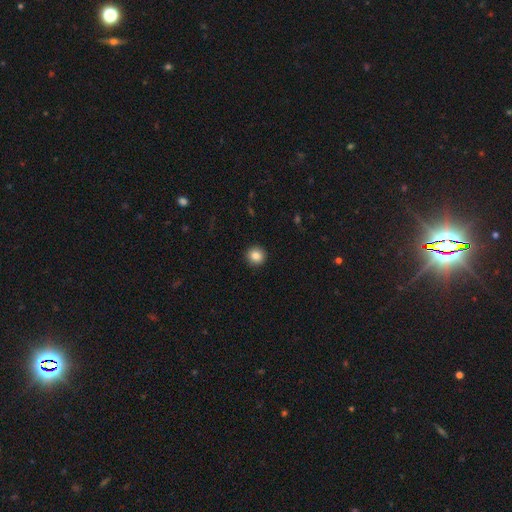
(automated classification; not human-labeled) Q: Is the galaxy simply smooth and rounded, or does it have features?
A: smooth — 86%.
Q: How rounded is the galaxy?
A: round — 93%.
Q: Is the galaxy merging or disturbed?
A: none — 92%.